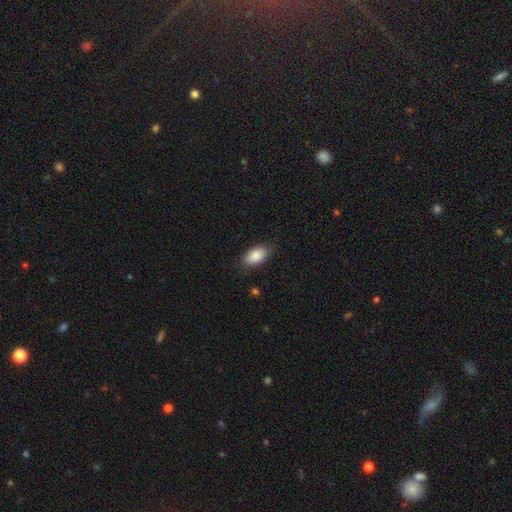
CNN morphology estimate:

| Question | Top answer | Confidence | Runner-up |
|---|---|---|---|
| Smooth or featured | smooth | 87% | star or artifact (7%) |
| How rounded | in between | 93% | round (5%) |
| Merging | none | 82% | minor disturbance (14%) |